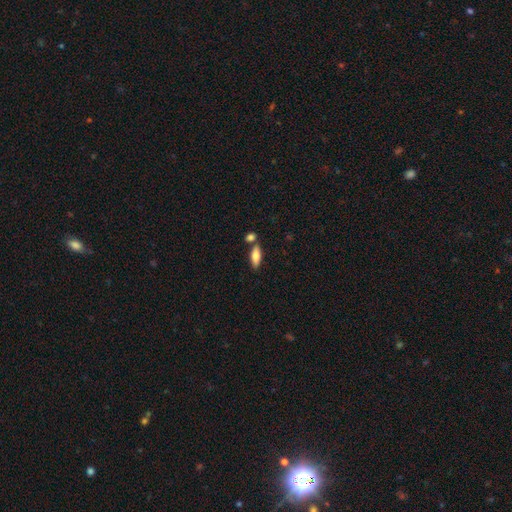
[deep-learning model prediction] smooth 73%, featured or disk 21%, star or artifact 6%. Down the decision tree: how rounded — in between (66%); merging — none (70%).